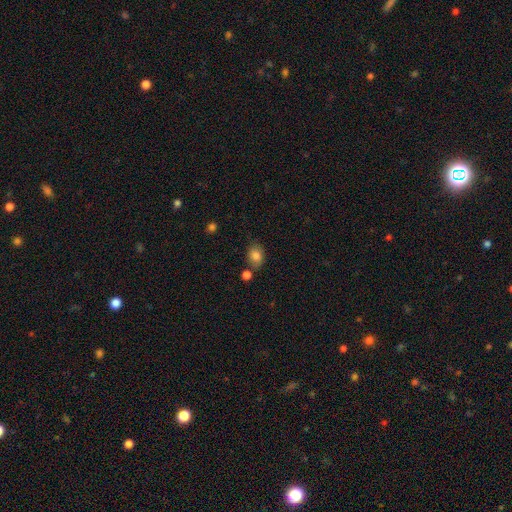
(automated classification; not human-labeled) Smooth or featured?
  - smooth: 83% *
  - star or artifact: 10%
  - featured or disk: 8%
How rounded?
  - in between: 66% *
  - round: 33%
  - cigar-shaped: 1%
Merging?
  - none: 64% *
  - minor disturbance: 18%
  - merger: 12%
  - major disturbance: 5%